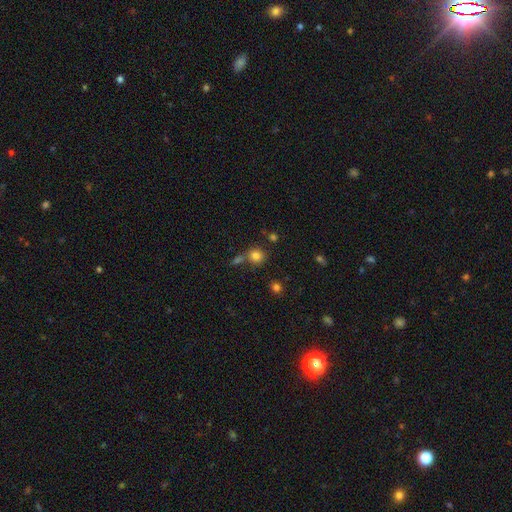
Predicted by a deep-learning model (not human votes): Smooth or featured?
  - smooth: 80% *
  - star or artifact: 13%
  - featured or disk: 6%
How rounded?
  - round: 86% *
  - in between: 13%
  - cigar-shaped: 1%
Merging?
  - none: 67% *
  - merger: 19%
  - minor disturbance: 10%
  - major disturbance: 4%